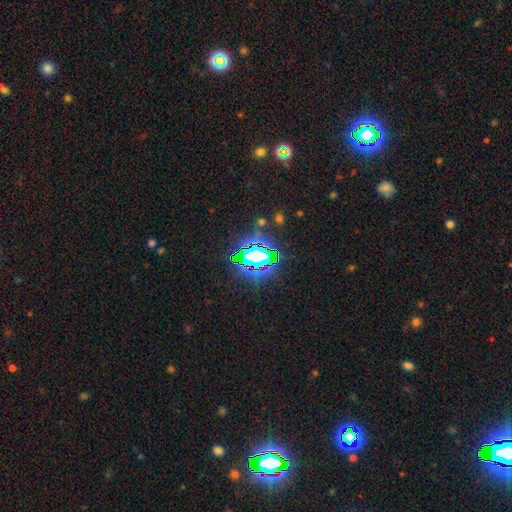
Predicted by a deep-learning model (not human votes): Morphology: type=star or artifact (72%).